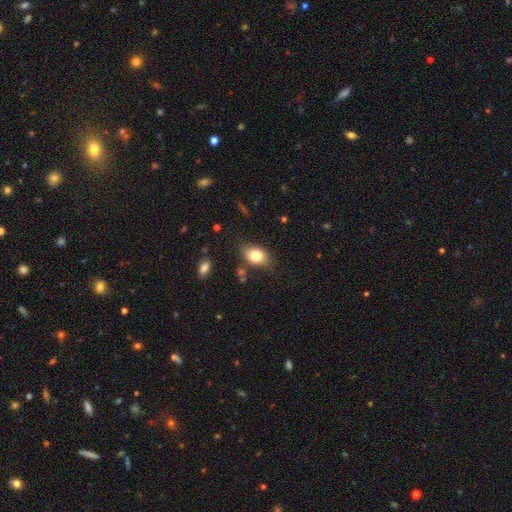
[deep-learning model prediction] A smooth galaxy with no disk features (80%) that is in between round and cigar-shaped (74%).

Vote fractions:
- Smooth or featured? smooth: 80% / featured or disk: 11% / star or artifact: 10%
- How rounded? in between: 74% / round: 25% / cigar-shaped: 1%
- Merging? none: 78% / minor disturbance: 15% / major disturbance: 4% / merger: 3%